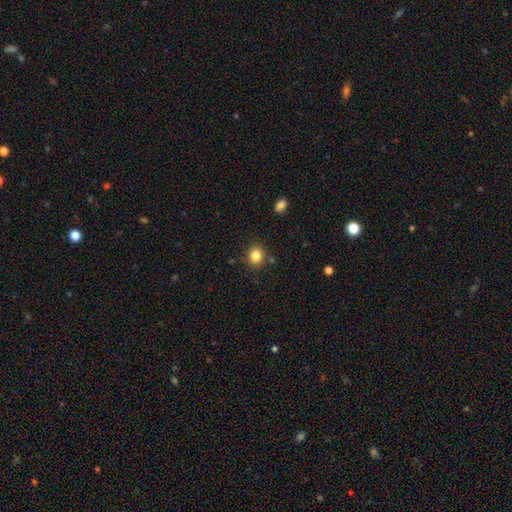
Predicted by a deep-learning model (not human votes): smooth 84%, star or artifact 11%, featured or disk 6%. Down the decision tree: how rounded — round (69%); merging — none (86%).